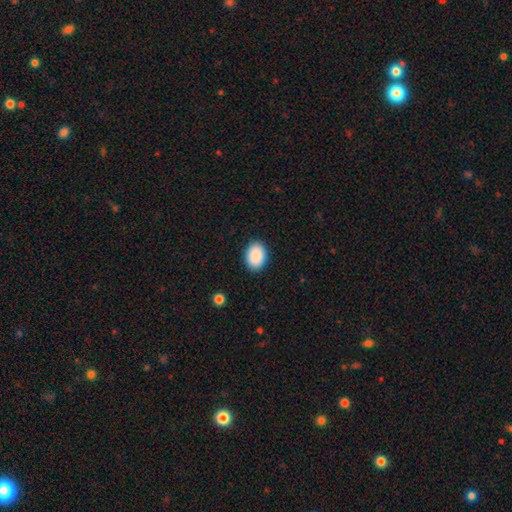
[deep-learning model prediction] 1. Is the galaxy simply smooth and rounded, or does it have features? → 91% smooth, 7% star or artifact, 3% featured or disk.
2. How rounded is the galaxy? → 73% in between, 27% round, 1% cigar-shaped.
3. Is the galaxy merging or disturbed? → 90% none, 7% minor disturbance, 2% major disturbance, 1% merger.